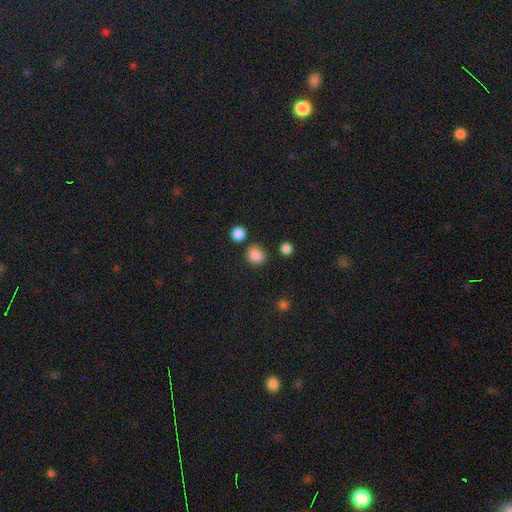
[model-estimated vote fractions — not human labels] A smooth galaxy with no disk features (84%) that is round (80%).

Vote fractions:
- Smooth or featured? smooth: 84% / star or artifact: 12% / featured or disk: 4%
- How rounded? round: 80% / in between: 20% / cigar-shaped: 1%
- Merging? none: 76% / minor disturbance: 13% / merger: 7% / major disturbance: 4%